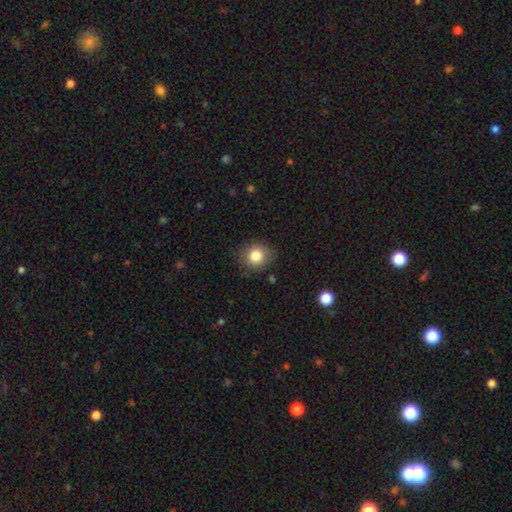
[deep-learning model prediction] Q: Smooth or featured?
A: smooth (83%); runner-up: star or artifact (10%)
Q: How rounded?
A: round (80%); runner-up: in between (19%)
Q: Merging?
A: none (83%); runner-up: minor disturbance (12%)